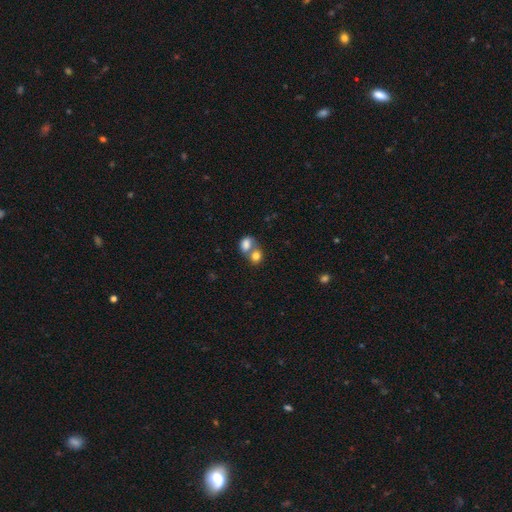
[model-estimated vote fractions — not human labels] smooth 79%, featured or disk 11%, star or artifact 10%. Down the decision tree: how rounded — in between (50%); merging — merger (64%).